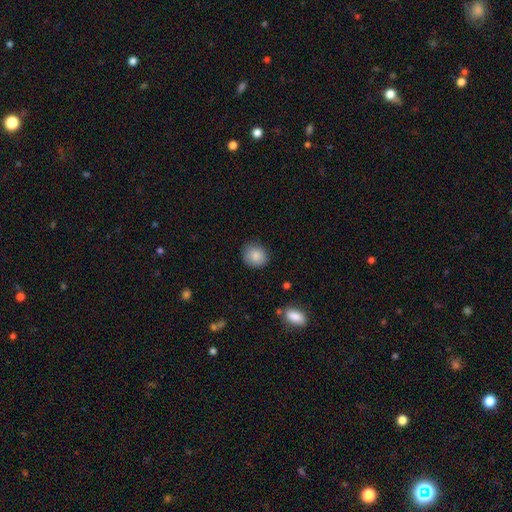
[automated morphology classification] type=smooth (86%); roundness=round (73%); merging=none (83%).